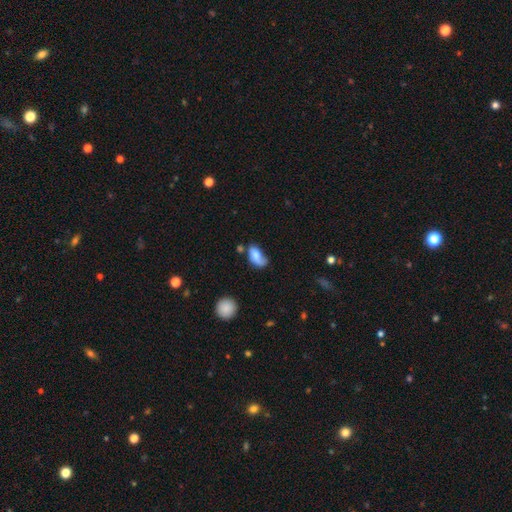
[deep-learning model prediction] Smooth or featured? Predicted: smooth (p=0.68). How rounded? Predicted: in between (p=0.89). Merging? Predicted: none (p=0.40).